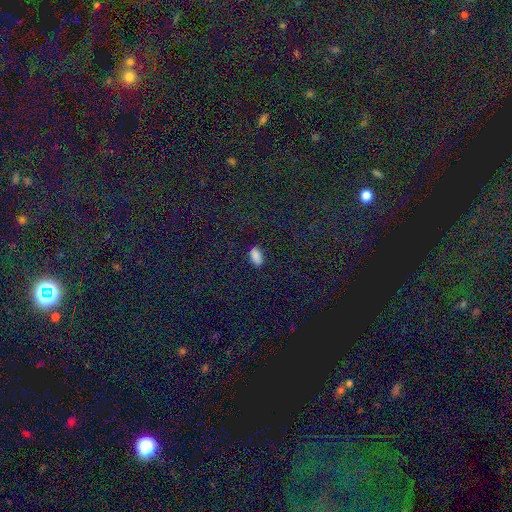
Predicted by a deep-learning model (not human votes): Morphology: type=smooth (83%); roundness=in between (91%); merging=none (87%).